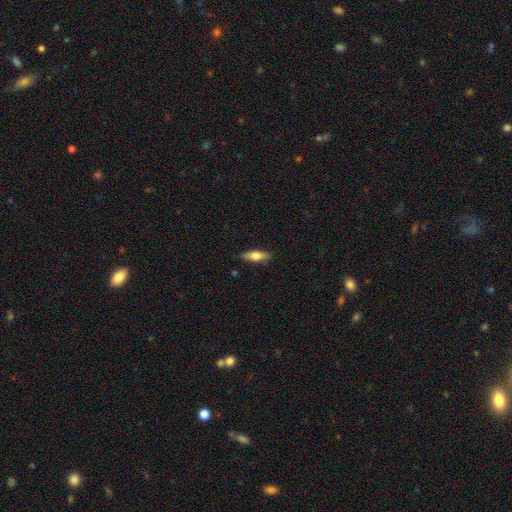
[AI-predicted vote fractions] Morphology: type=smooth (66%); roundness=in between (56%); merging=none (87%).